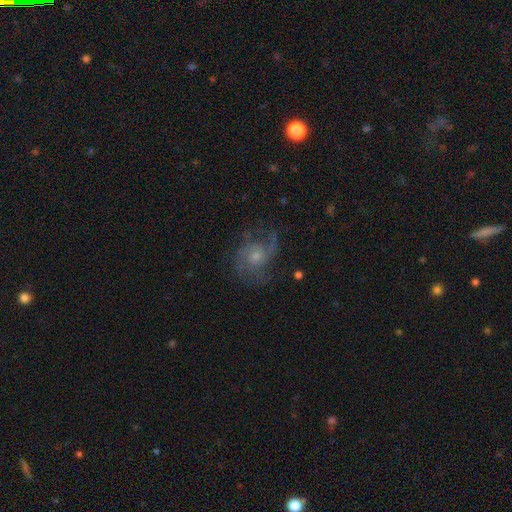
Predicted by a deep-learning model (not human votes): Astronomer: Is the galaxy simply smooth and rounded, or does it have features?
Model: featured or disk — 75%.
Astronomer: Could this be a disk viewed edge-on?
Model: no — 97%.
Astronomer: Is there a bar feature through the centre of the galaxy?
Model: no — 73%.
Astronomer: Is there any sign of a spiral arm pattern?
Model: yes — 92%.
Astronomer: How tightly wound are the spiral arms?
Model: medium — 49% (runner-up: loose, 30%).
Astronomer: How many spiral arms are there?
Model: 2 — 47%.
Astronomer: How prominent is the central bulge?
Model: small — 50% (runner-up: moderate, 39%).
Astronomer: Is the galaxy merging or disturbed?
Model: none — 62%.